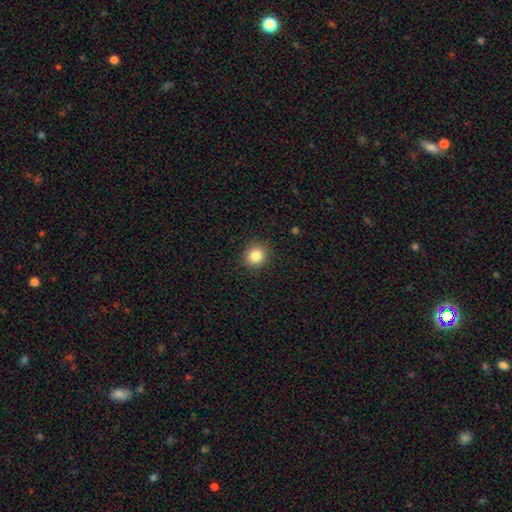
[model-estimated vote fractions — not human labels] smooth-or-featured: smooth: 85% | star or artifact: 10% | featured or disk: 5%
  how-rounded: round: 86% | in between: 13% | cigar-shaped: 1%
  merging: none: 90% | minor disturbance: 7% | major disturbance: 2% | merger: 1%